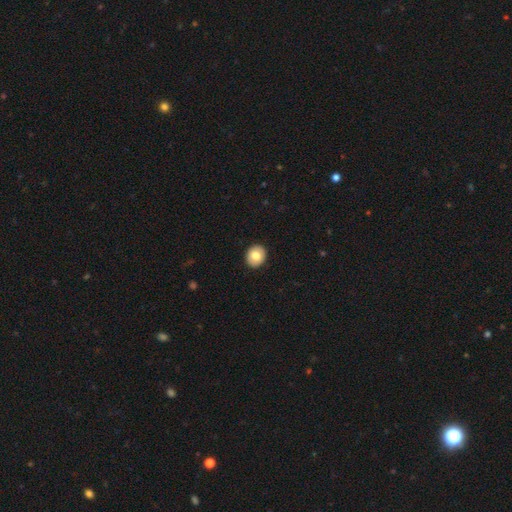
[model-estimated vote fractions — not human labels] Smooth or featured? Predicted: smooth (p=0.75). How rounded? Predicted: round (p=0.73). Merging? Predicted: none (p=0.92).